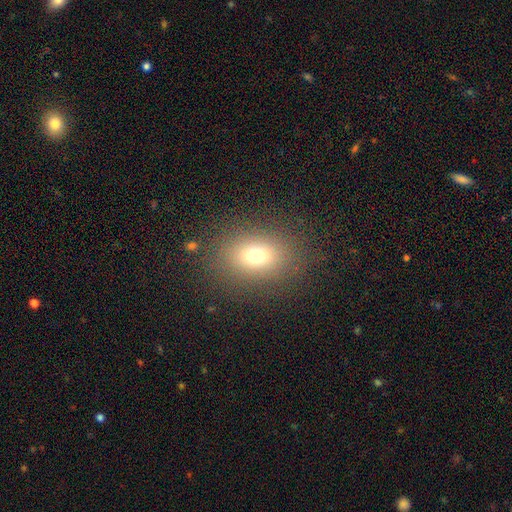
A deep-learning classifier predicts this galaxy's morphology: smooth 72%, star or artifact 16%, featured or disk 13%. Down the decision tree: how rounded — in between (66%); merging — none (84%).